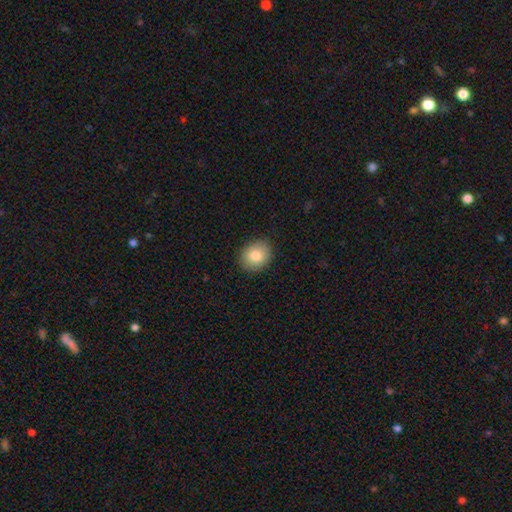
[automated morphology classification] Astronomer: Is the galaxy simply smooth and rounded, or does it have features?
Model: smooth — 81%.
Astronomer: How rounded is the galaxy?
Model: round — 57% (runner-up: in between, 42%).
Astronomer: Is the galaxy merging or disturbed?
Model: none — 88%.